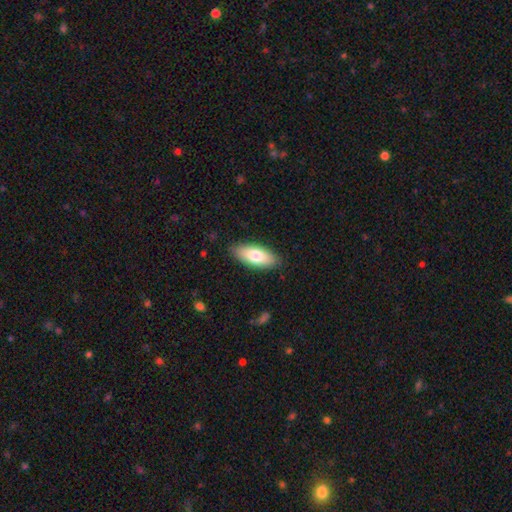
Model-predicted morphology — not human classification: The model was most divided on "smooth or featured": smooth: 76%, featured or disk: 18%, star or artifact: 6%. More confident: merging — none (87%); how rounded — in between (84%).